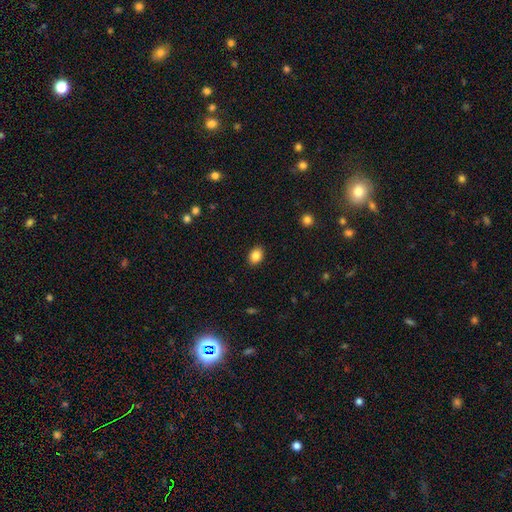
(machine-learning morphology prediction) Overall: smooth (86%). How rounded: in between (71%). Merging: none (90%).